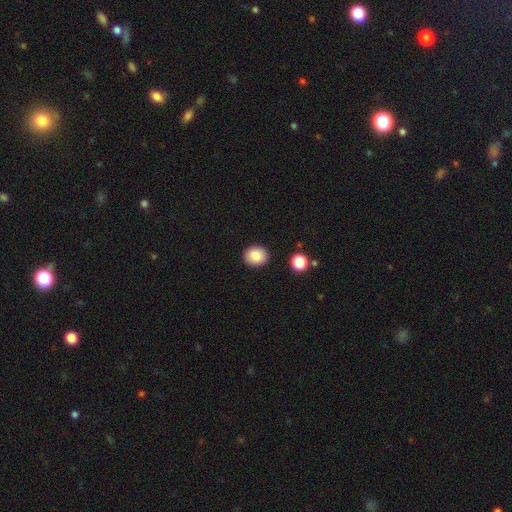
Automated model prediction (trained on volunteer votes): The model was most divided on "how rounded": round: 70%, in between: 30%, cigar-shaped: 1%. More confident: merging — none (89%); smooth or featured — smooth (87%).